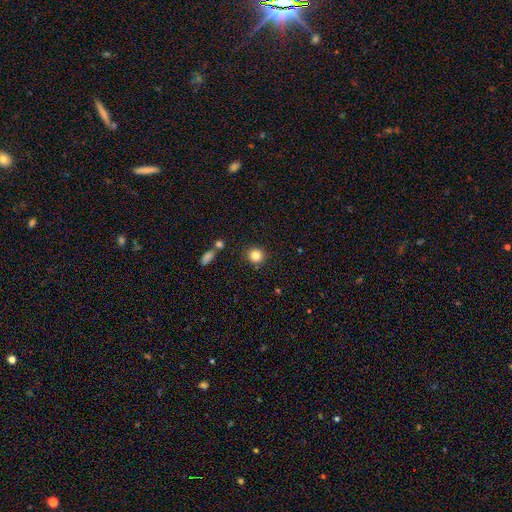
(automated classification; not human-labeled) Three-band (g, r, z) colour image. It shows a smooth galaxy with no disk features (83%) that is round (90%). Merging: none (86%).